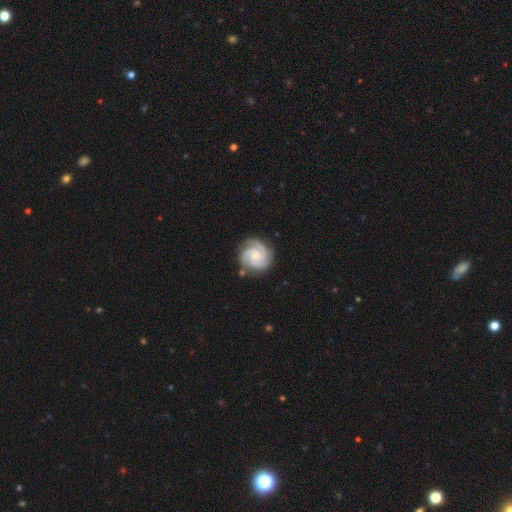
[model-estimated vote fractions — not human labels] This is clearly a featured or disk galaxy (85%). It is clearly not viewed edge-on (98%). Bar: likely no (69%). Spiral arm pattern: clearly yes (98%). Spiral arm count: likely 3 (66%). Spiral winding: likely tight (63%). Central bulge: possibly small (51%). Merging: clearly none (80%).